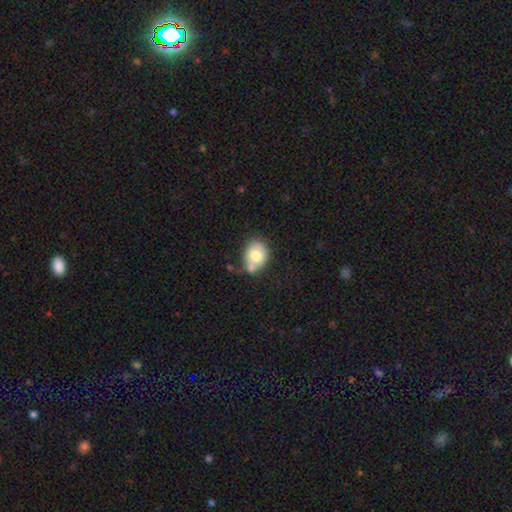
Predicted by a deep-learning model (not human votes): smooth_or_featured: smooth (p=0.74) [alt: featured or disk p=0.18]
how_rounded: round (p=0.51) [alt: in between p=0.48]
merging: none (p=0.45) [alt: merger p=0.26]